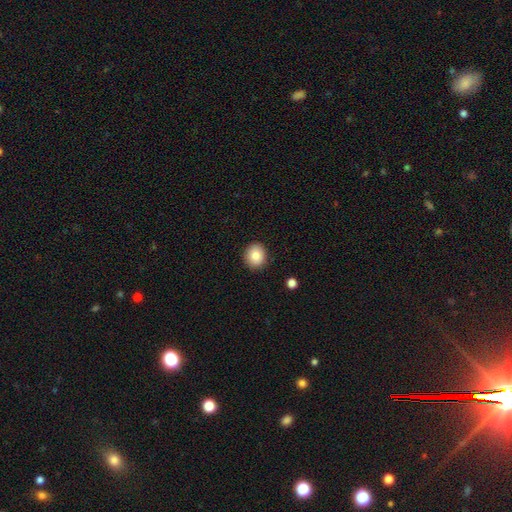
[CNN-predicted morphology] Smooth or featured: smooth — 83% (star or artifact — 9%)
How rounded: round — 83% (in between — 16%)
Merging: none — 90% (minor disturbance — 7%)